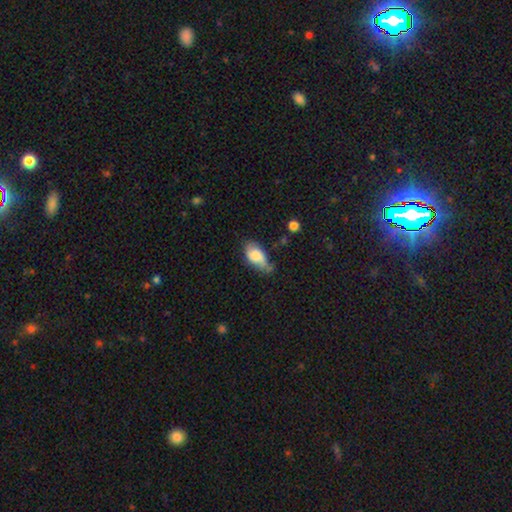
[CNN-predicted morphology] A smooth galaxy with no disk features (74%) that is in between round and cigar-shaped (90%). Merging: minor disturbance (42%).